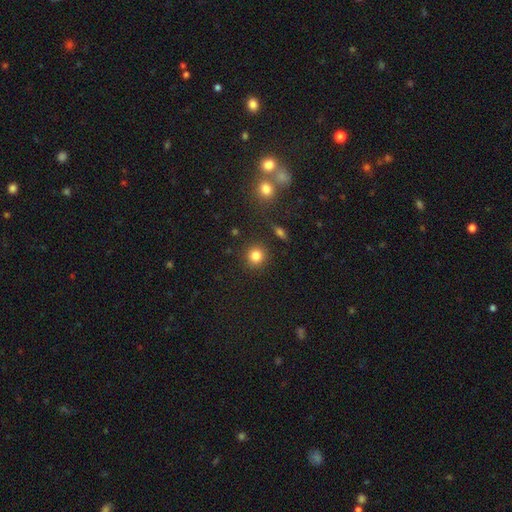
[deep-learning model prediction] Smooth or featured? smooth (83%)
How rounded? round (91%)
Merging? none (88%)